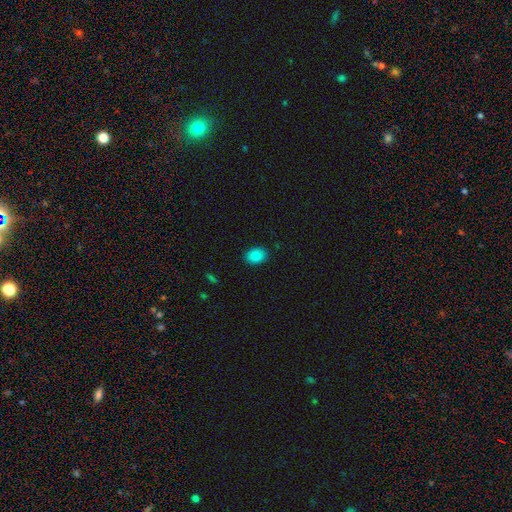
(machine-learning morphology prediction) smooth 85%, star or artifact 9%, featured or disk 6%. Down the decision tree: how rounded — in between (73%); merging — none (88%).